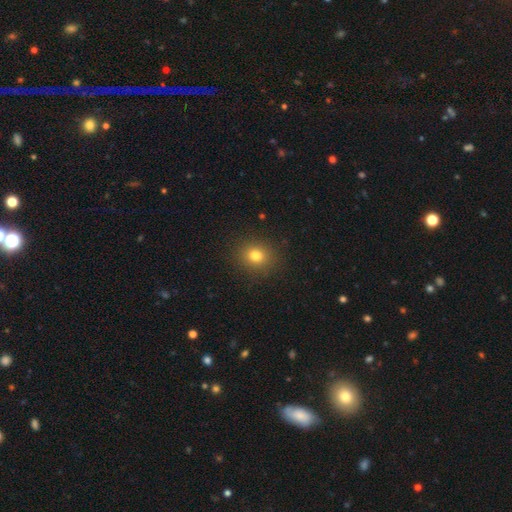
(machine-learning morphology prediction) Smooth or featured?
  - smooth: 78% *
  - star or artifact: 14%
  - featured or disk: 8%
How rounded?
  - round: 75% *
  - in between: 24%
  - cigar-shaped: 1%
Merging?
  - none: 89% *
  - minor disturbance: 7%
  - major disturbance: 3%
  - merger: 1%